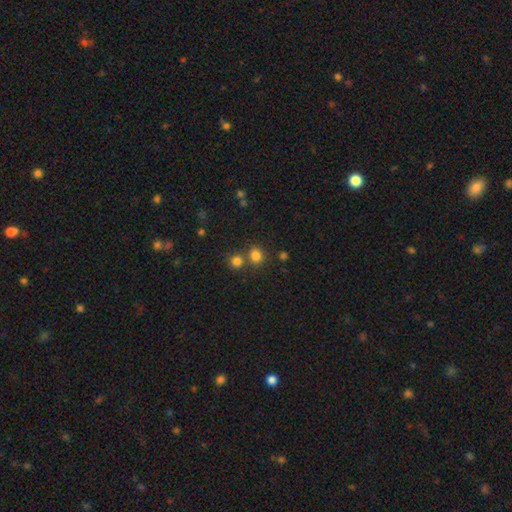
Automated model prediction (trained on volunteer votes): smooth_or_featured: smooth (p=0.79) [alt: star or artifact p=0.16]
how_rounded: round (p=0.81) [alt: in between p=0.18]
merging: none (p=0.66) [alt: merger p=0.24]